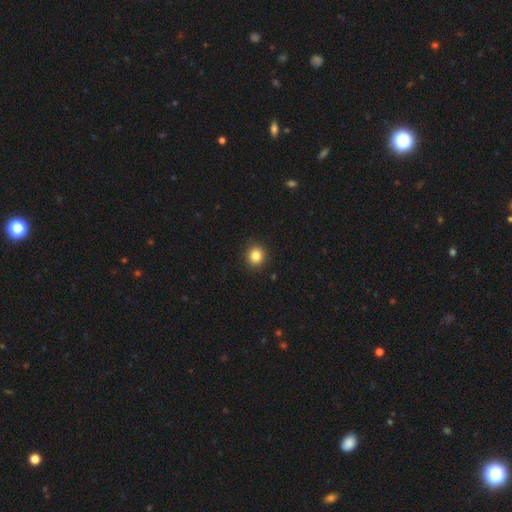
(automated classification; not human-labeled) Smooth or featured?
  - smooth: 84% *
  - star or artifact: 11%
  - featured or disk: 5%
How rounded?
  - round: 87% *
  - in between: 12%
  - cigar-shaped: 1%
Merging?
  - none: 91% *
  - minor disturbance: 6%
  - major disturbance: 2%
  - merger: 1%